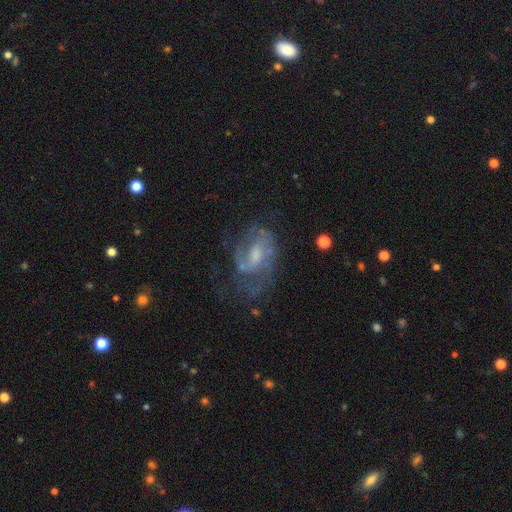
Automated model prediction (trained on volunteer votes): Smooth or featured? featured or disk (76%)
Edge-on disk? no (97%)
Bar? weak (50%)
Spiral arms? yes (84%)
Spiral winding? medium (47%)
Spiral arm count? 2 (52%)
Bulge size? moderate (42%)
Merging? none (49%)